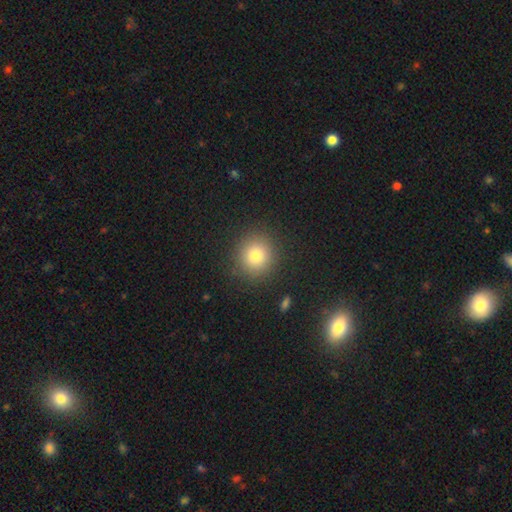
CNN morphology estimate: Smooth or featured? Predicted: smooth (p=0.80). How rounded? Predicted: round (p=0.91). Merging? Predicted: none (p=0.90).